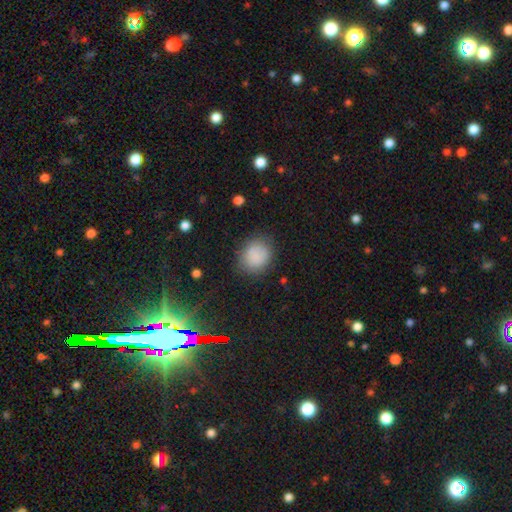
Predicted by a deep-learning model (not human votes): Smooth or featured: smooth — 85% (star or artifact — 9%)
How rounded: round — 67% (in between — 32%)
Merging: none — 79% (minor disturbance — 14%)